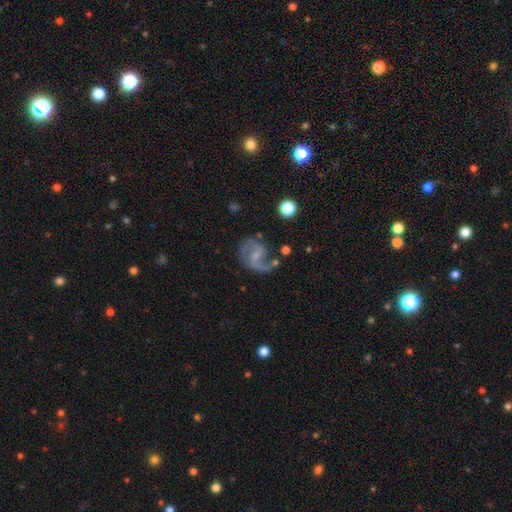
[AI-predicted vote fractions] Smooth or featured? featured or disk (83%)
Edge-on disk? no (98%)
Bar? weak (53%)
Spiral arms? yes (93%)
Spiral winding? loose (51%)
Spiral arm count? 2 (77%)
Bulge size? small (58%)
Merging? none (54%)